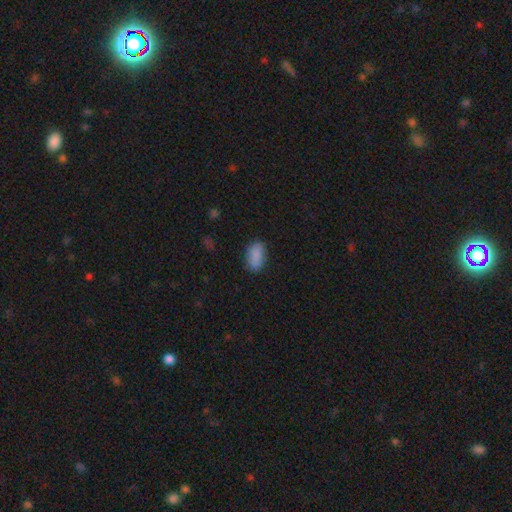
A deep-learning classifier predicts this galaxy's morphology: smooth_or_featured: smooth (p=0.88) [alt: star or artifact p=0.08]
how_rounded: in between (p=0.93) [alt: round p=0.04]
merging: none (p=0.82) [alt: minor disturbance p=0.14]